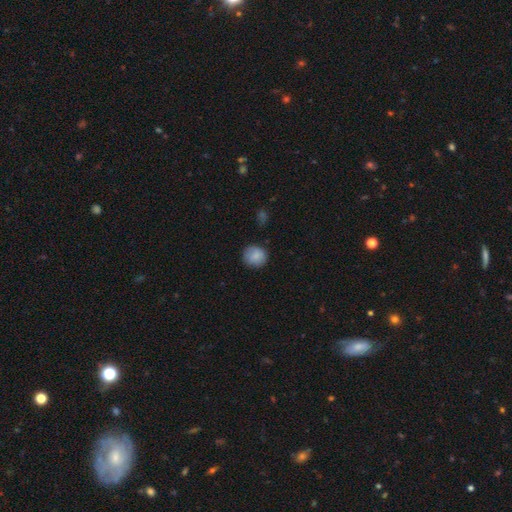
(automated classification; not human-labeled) Smooth or featured: smooth — 86% (star or artifact — 8%)
How rounded: round — 88% (in between — 11%)
Merging: none — 82% (minor disturbance — 14%)